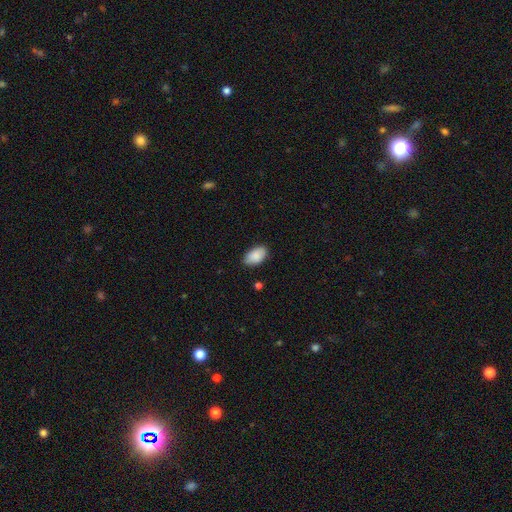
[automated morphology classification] A smooth galaxy with no disk features (89%) that is in between round and cigar-shaped (94%). Merging: none (85%).